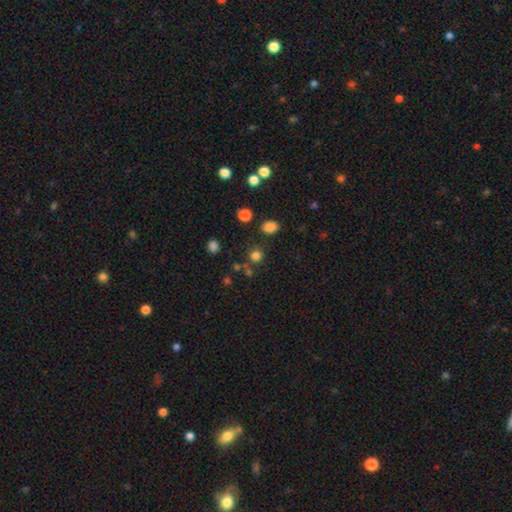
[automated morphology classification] Smooth or featured?
  - smooth: 75% *
  - star or artifact: 19%
  - featured or disk: 6%
How rounded?
  - round: 87% *
  - in between: 12%
  - cigar-shaped: 1%
Merging?
  - none: 75% *
  - merger: 11%
  - minor disturbance: 10%
  - major disturbance: 4%